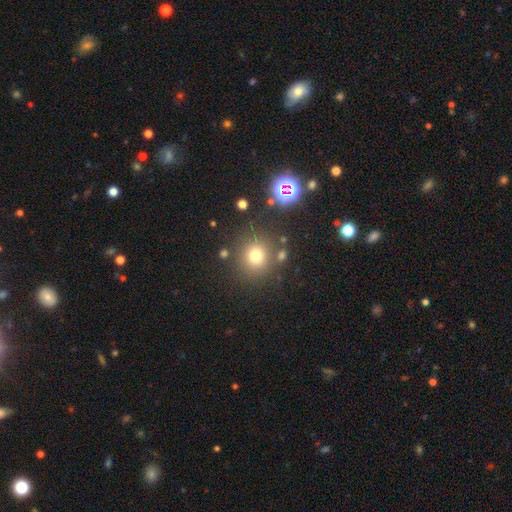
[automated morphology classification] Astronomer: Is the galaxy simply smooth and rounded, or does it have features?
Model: smooth — 74%.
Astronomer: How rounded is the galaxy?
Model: round — 89%.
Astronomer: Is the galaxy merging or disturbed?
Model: none — 80%.